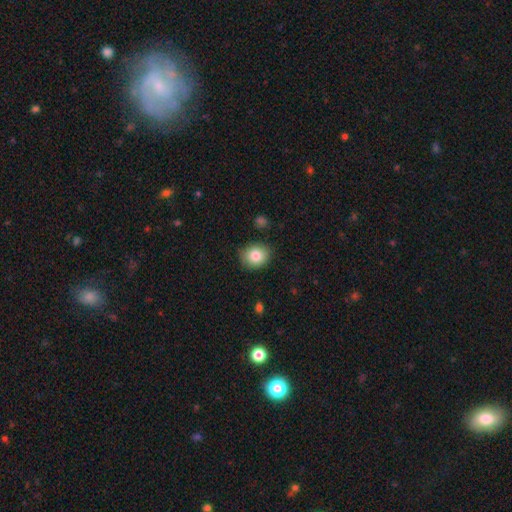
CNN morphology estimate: This appears to be a smooth galaxy with no disk features (83%) that is round (61%). Merging: none (82%).